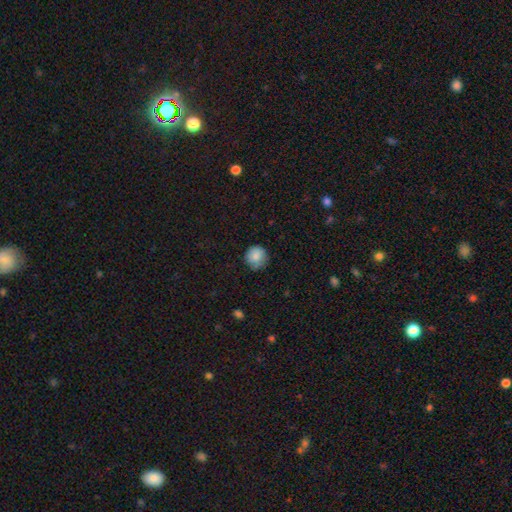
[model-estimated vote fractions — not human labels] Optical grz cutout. It shows a smooth galaxy with no disk features (83%) that is round (91%). Merging: none (75%).